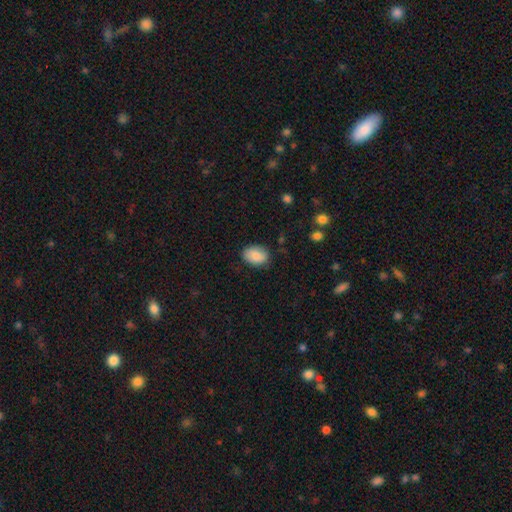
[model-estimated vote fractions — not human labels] This appears to be a smooth galaxy with no disk features (88%) that is in between round and cigar-shaped (80%). Merging: none (82%).